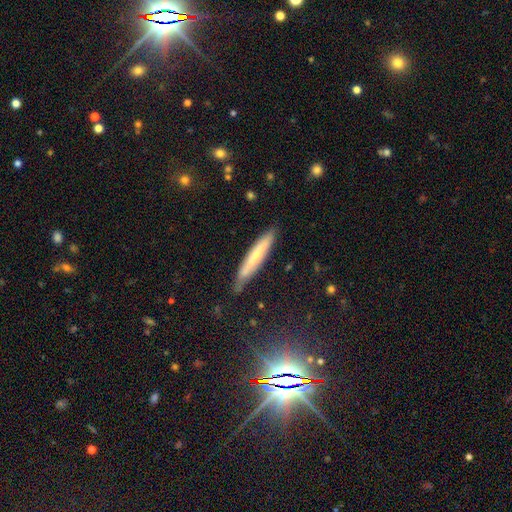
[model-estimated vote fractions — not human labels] smooth 52%, featured or disk 41%, star or artifact 7%. Down the decision tree: how rounded — cigar-shaped (92%); merging — none (80%).